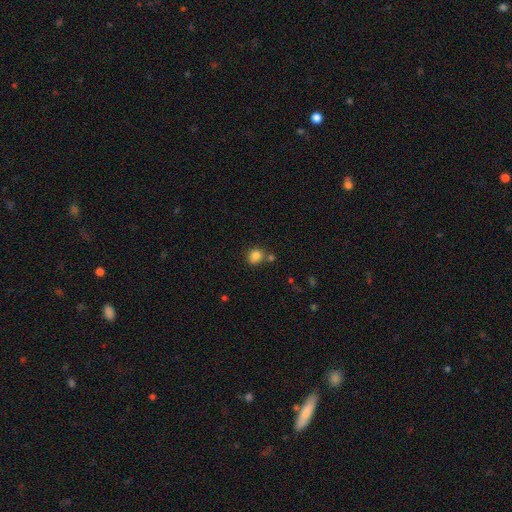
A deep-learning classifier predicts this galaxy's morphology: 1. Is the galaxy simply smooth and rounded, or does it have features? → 83% smooth, 11% star or artifact, 6% featured or disk.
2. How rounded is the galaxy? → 71% round, 28% in between, 1% cigar-shaped.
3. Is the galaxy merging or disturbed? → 64% none, 17% merger, 15% minor disturbance, 5% major disturbance.